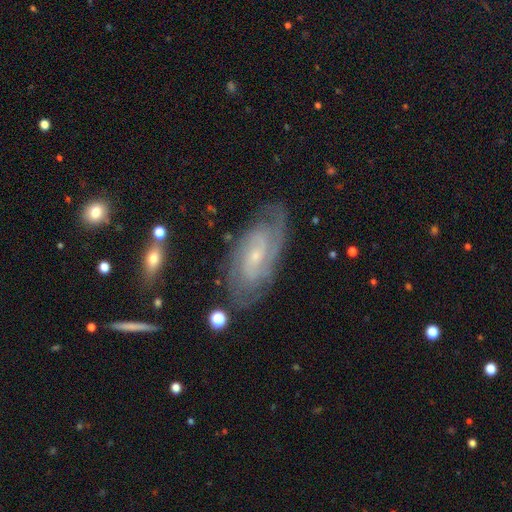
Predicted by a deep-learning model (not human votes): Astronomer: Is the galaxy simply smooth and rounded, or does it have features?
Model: featured or disk — 83%.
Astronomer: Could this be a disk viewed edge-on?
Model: no — 94%.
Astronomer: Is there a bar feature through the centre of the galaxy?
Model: no — 55% (runner-up: weak, 37%).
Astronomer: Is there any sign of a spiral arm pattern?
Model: yes — 95%.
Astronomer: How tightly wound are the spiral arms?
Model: tight — 61%.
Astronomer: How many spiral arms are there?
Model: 2 — 44% (runner-up: can't tell, 29%).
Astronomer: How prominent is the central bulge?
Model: small — 78%.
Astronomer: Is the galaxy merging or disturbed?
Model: none — 77%.